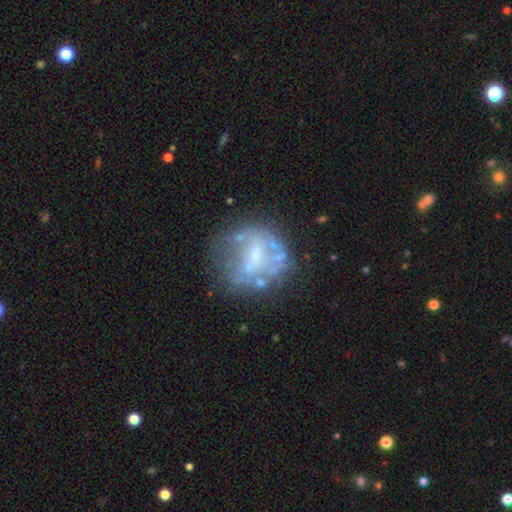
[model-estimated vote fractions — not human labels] Smooth or featured: featured or disk — 64% (smooth — 24%)
Edge-on disk: no — 98% (yes — 2%)
Bar: no — 64% (weak — 27%)
Spiral arms: no — 78% (yes — 22%)
Bulge size: small — 41% (none — 33%)
Merging: none — 49% (major disturbance — 21%)